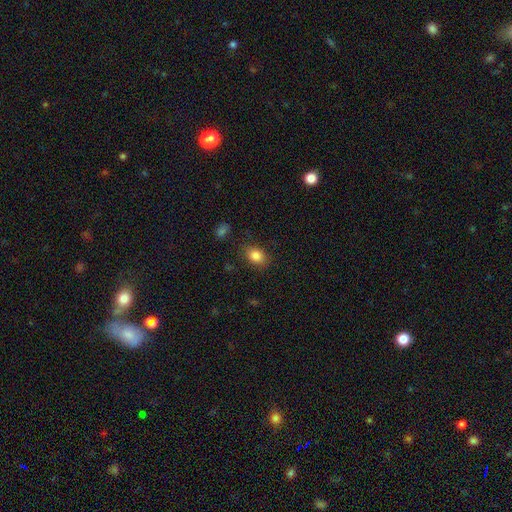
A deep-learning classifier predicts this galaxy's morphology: Overall: smooth (84%). How rounded: in between (67%; round 32%). Merging: none (82%).